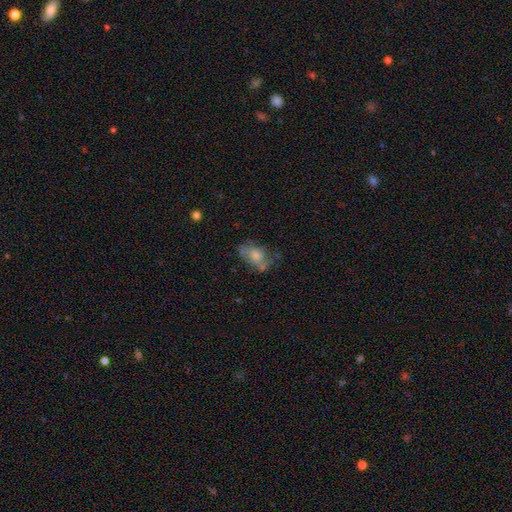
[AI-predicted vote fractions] Smooth or featured? Predicted: smooth (p=0.57). How rounded? Predicted: in between (p=0.84). Merging? Predicted: none (p=0.45).